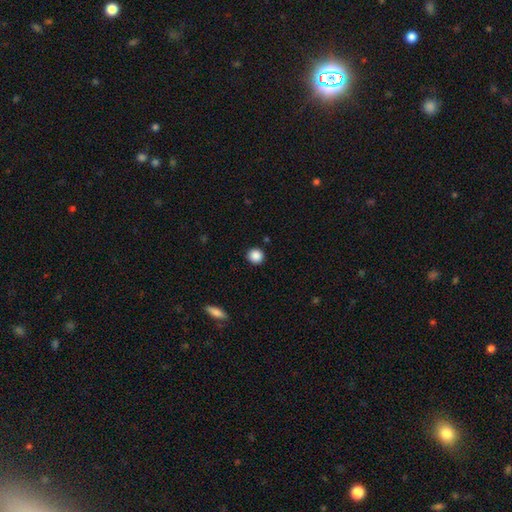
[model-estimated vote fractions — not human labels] Smooth or featured? smooth (88%)
How rounded? round (93%)
Merging? none (91%)